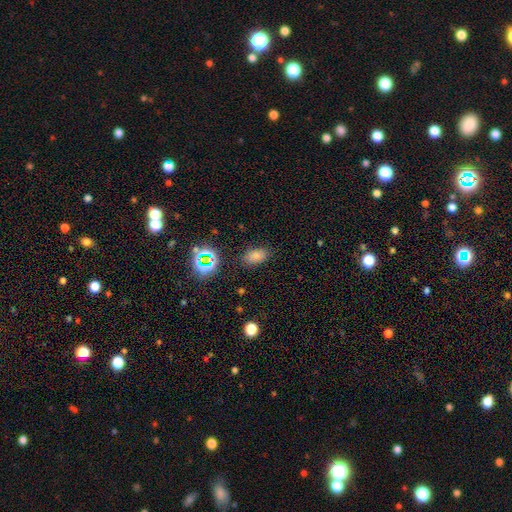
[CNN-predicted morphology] Smooth or featured? smooth (75%)
How rounded? in between (88%)
Merging? none (83%)